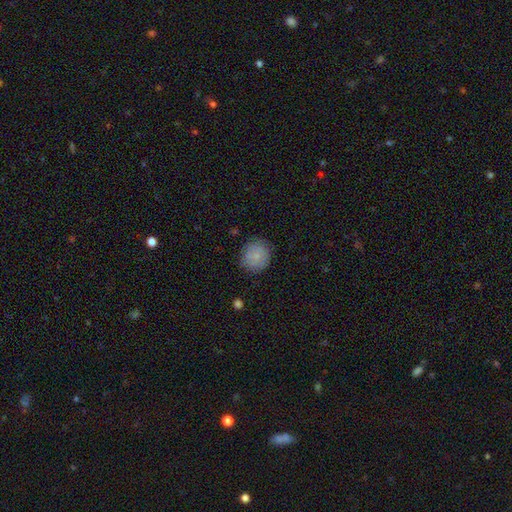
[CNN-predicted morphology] Overall: smooth (77%). How rounded: round (87%). Merging: none (80%).